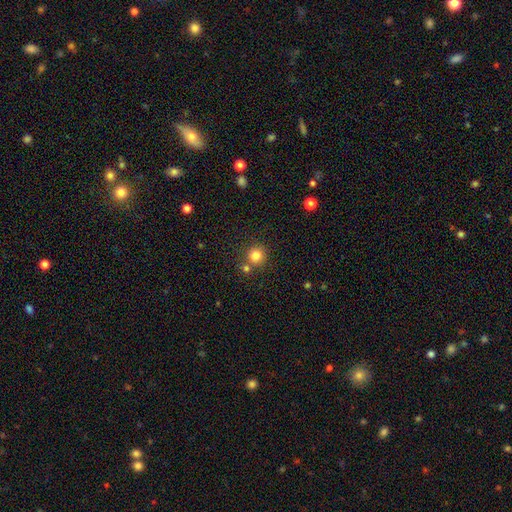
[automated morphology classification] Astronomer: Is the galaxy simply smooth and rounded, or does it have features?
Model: smooth — 82%.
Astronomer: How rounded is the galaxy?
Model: round — 93%.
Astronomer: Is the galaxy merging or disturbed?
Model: none — 75%.